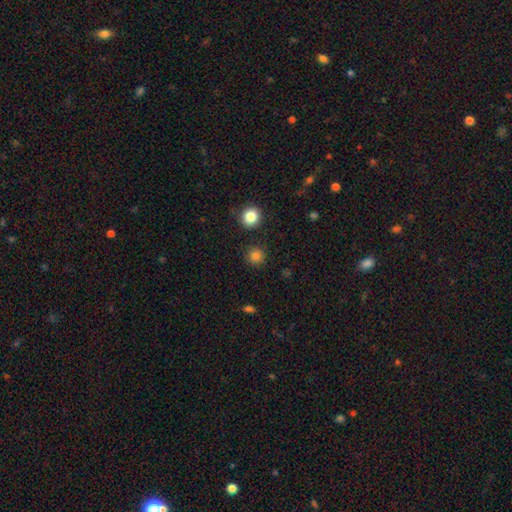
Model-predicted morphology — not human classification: A smooth galaxy with no disk features (84%) that is round (93%). Merging: none (89%).